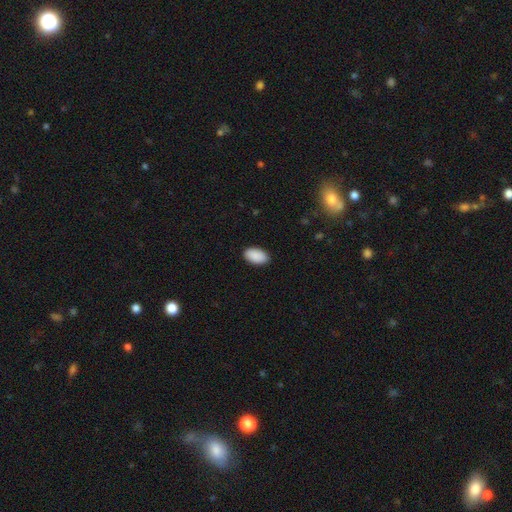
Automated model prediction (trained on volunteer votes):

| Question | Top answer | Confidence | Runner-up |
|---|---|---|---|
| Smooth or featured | smooth | 91% | star or artifact (6%) |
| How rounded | in between | 95% | round (4%) |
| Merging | none | 88% | minor disturbance (9%) |